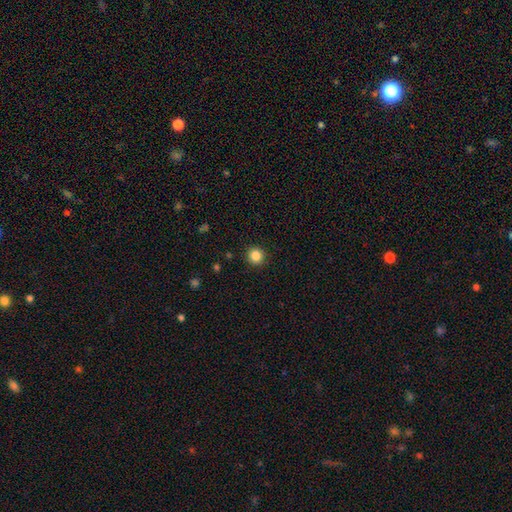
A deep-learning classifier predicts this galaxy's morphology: Smooth or featured? smooth (85%)
How rounded? round (95%)
Merging? none (92%)